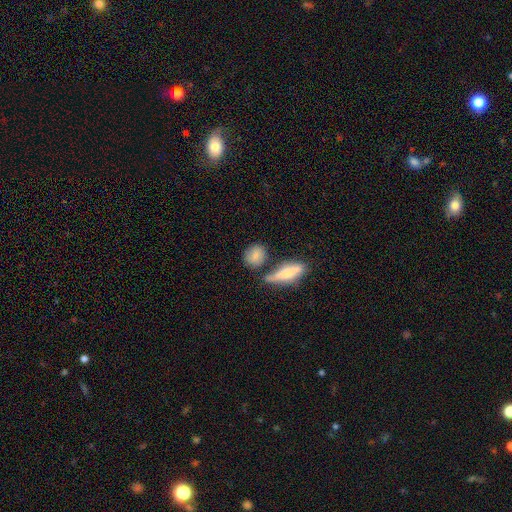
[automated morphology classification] smooth 77%, featured or disk 15%, star or artifact 8%. Down the decision tree: how rounded — round (59%); merging — none (65%).